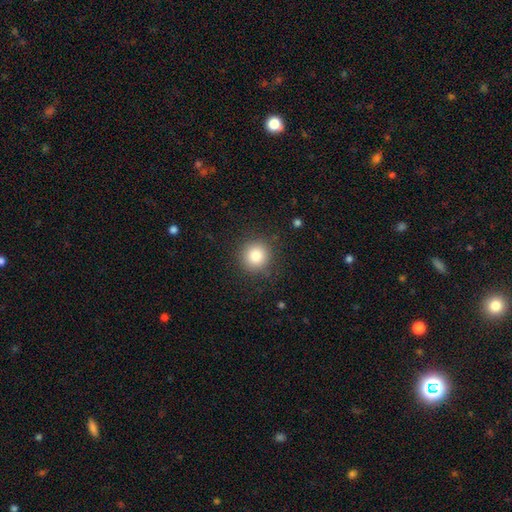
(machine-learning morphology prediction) Q: Smooth or featured?
A: smooth (84%); runner-up: star or artifact (10%)
Q: How rounded?
A: round (92%); runner-up: in between (7%)
Q: Merging?
A: none (87%); runner-up: minor disturbance (8%)